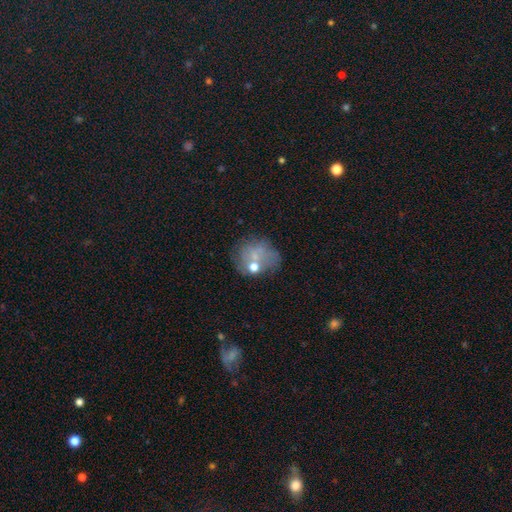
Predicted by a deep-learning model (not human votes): A smooth galaxy with no disk features (46%).

Vote fractions:
- Smooth or featured? smooth: 46% / featured or disk: 35% / star or artifact: 19%
- Merging? none: 52% / minor disturbance: 20% / major disturbance: 16% / merger: 12%